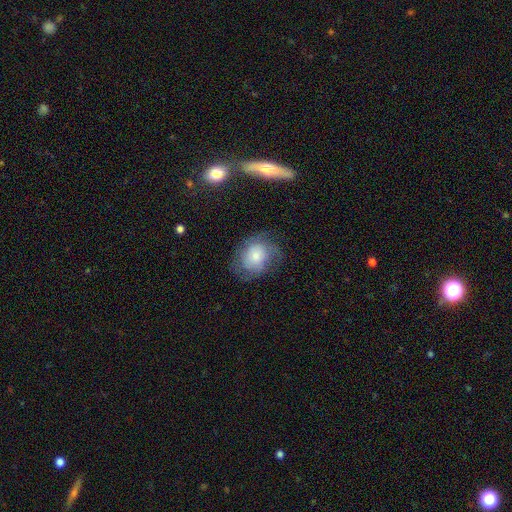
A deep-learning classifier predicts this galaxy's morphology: smooth 57%, featured or disk 35%, star or artifact 9%. Down the decision tree: how rounded — round (55%); merging — none (59%).